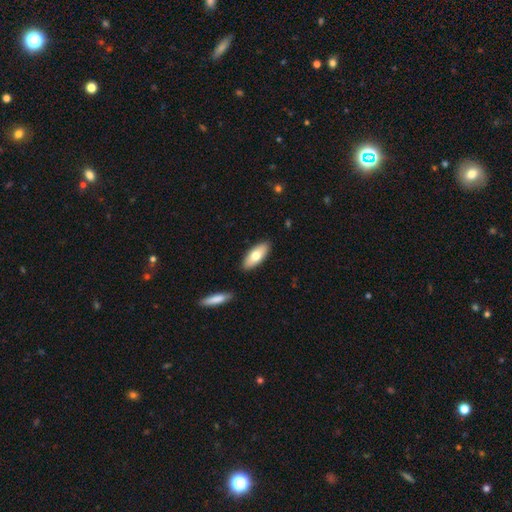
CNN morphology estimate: This appears to be a smooth galaxy with no disk features (71%) that is in between round and cigar-shaped (78%). Merging: none (88%).